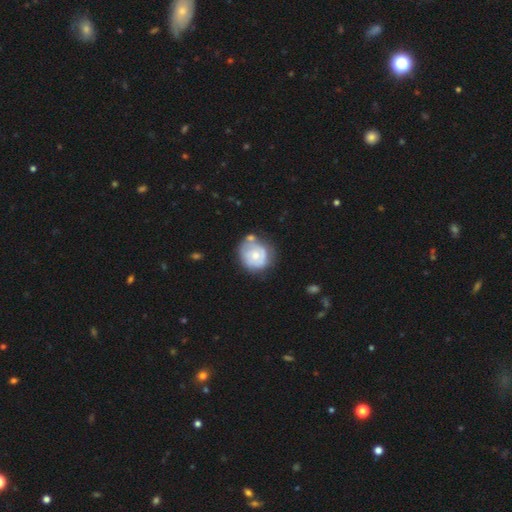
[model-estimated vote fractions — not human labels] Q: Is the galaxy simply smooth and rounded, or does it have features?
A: featured or disk — 57%.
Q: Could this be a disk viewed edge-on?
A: no — 98%.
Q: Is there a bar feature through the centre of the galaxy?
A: no — 81%.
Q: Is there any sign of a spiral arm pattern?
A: yes — 61%.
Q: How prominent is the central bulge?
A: moderate — 53%.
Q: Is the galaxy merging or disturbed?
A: none — 52%.